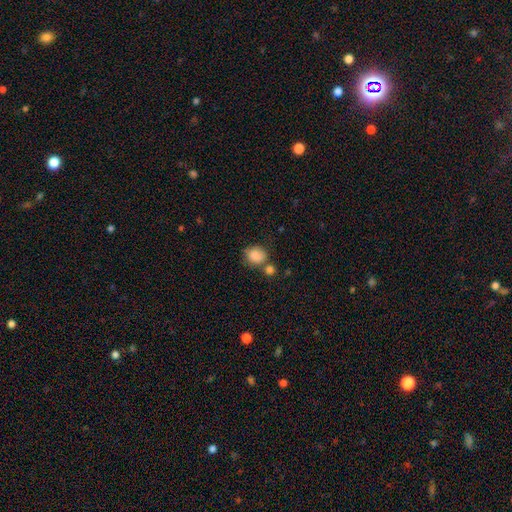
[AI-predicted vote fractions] Smooth or featured? Predicted: smooth (p=0.85). How rounded? Predicted: round (p=0.70). Merging? Predicted: none (p=0.56).